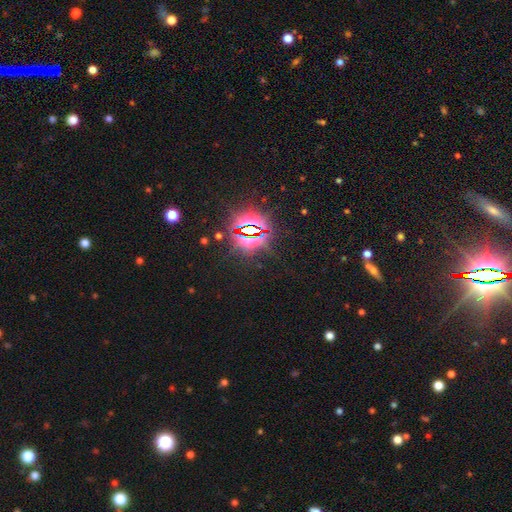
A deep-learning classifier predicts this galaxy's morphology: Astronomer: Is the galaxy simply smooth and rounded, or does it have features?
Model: star or artifact — 85%.